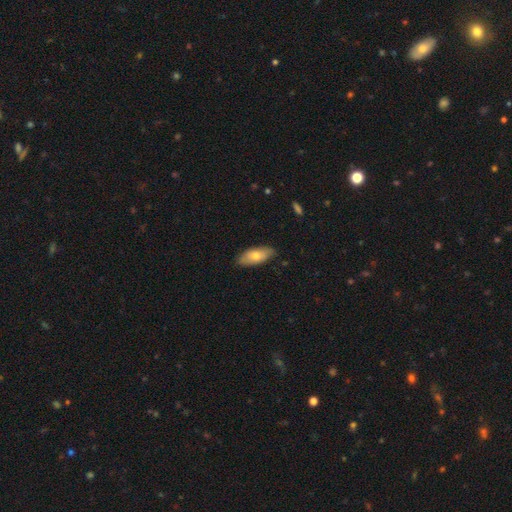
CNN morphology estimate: Smooth or featured? smooth (68%)
How rounded? in between (84%)
Merging? none (80%)